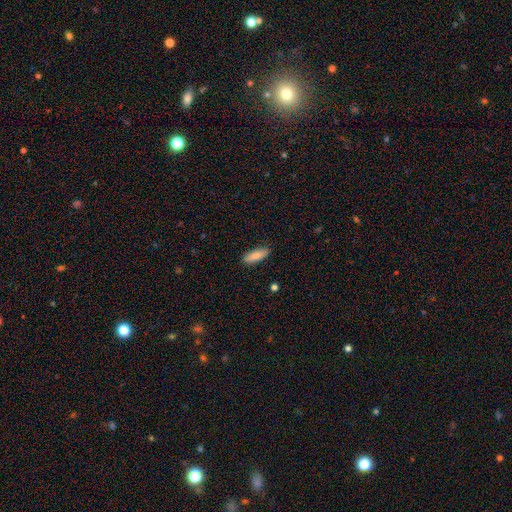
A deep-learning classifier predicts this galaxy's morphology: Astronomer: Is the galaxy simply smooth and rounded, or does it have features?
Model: smooth — 86%.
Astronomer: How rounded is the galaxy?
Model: in between — 58% (runner-up: cigar-shaped, 40%).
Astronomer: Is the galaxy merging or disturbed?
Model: none — 88%.